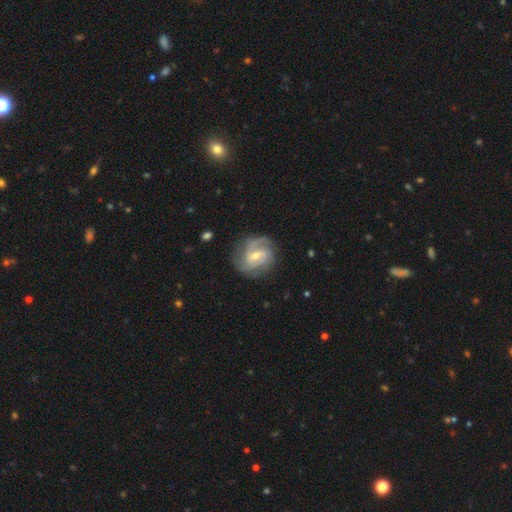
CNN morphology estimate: Overall: featured or disk (85%). Edge-on disk: no (98%). Bar: weak (52%; no 26%). Spiral arms: yes (95%). Spiral arm count: 2 (42%; 3 29%). Spiral winding: medium (45%; tight 39%). Bulge size: moderate (52%; small 44%). Merging: none (73%).